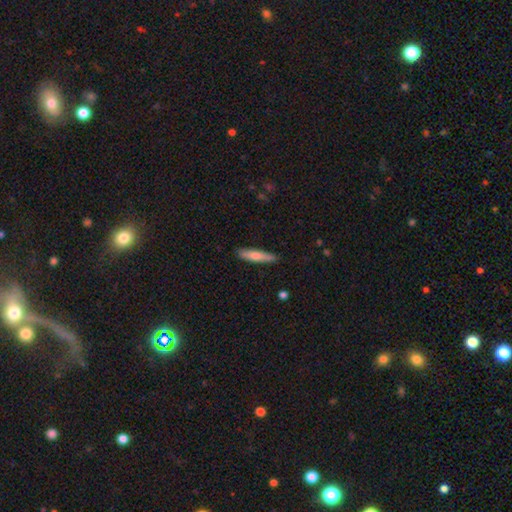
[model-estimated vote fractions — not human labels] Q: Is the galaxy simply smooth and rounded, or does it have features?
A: smooth — 71%.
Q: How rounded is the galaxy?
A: cigar-shaped — 86%.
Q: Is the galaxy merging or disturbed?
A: none — 87%.